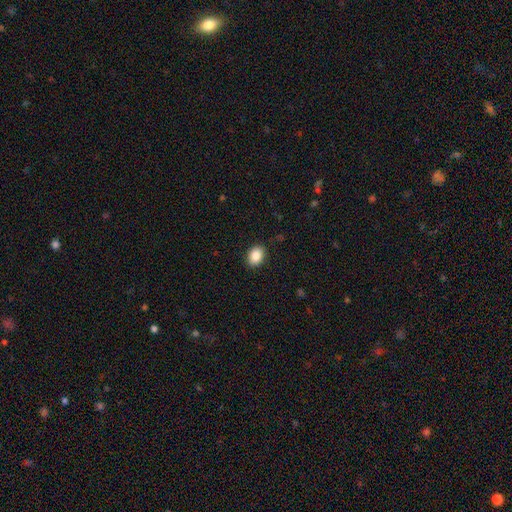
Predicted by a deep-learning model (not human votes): Morphology: type=smooth (88%); roundness=in between (75%); merging=none (89%).